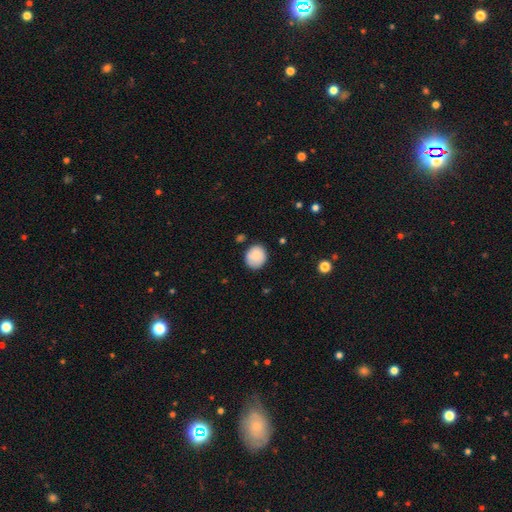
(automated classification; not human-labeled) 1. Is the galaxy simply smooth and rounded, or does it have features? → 85% smooth, 8% featured or disk, 7% star or artifact.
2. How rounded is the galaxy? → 79% round, 21% in between, 1% cigar-shaped.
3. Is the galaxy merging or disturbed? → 81% none, 14% minor disturbance, 3% major disturbance, 2% merger.